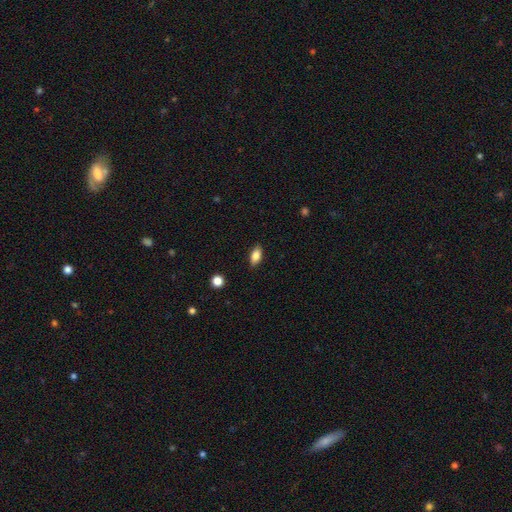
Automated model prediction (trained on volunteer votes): Smooth or featured? Predicted: smooth (p=0.82). How rounded? Predicted: in between (p=0.88). Merging? Predicted: none (p=0.87).